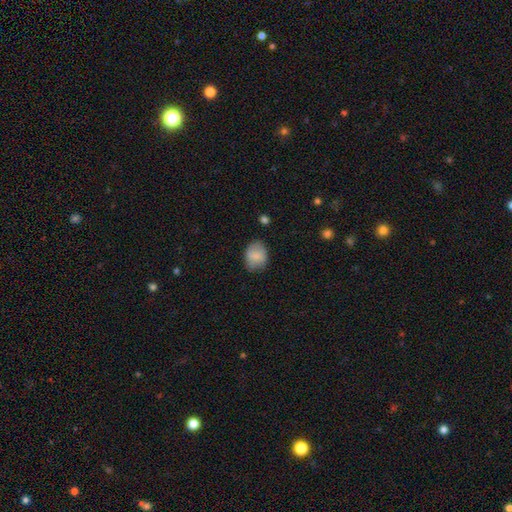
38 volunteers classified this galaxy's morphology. Smooth or featured?
  - smooth: 92% *
  - star or artifact: 5%
  - featured or disk: 3%
How rounded?
  - in between: 66% *
  - round: 34%
  - cigar-shaped: 0%
Merging?
  - none: 86% *
  - minor disturbance: 8%
  - major disturbance: 6%
  - merger: 0%